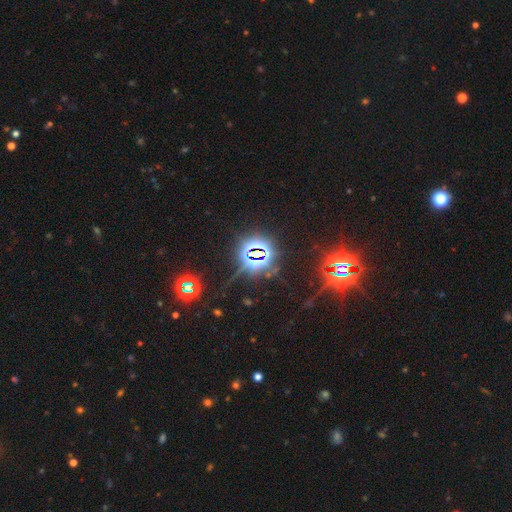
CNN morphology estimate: star or artifact 83%, smooth 9%, featured or disk 8%.